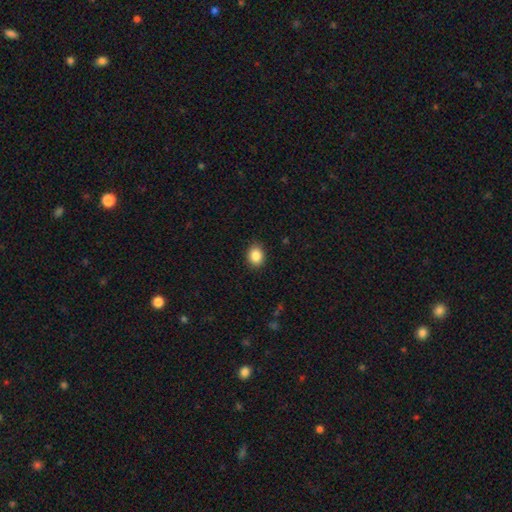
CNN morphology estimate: This is clearly a smooth galaxy (86%). How rounded: possibly round (54%). Merging: clearly none (88%).